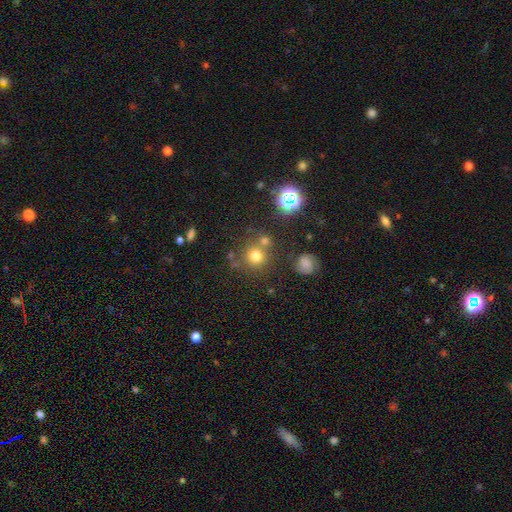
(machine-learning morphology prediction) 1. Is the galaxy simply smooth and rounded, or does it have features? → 72% smooth, 19% star or artifact, 10% featured or disk.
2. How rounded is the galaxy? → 90% round, 9% in between, 1% cigar-shaped.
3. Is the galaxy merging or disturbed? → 68% none, 17% merger, 10% minor disturbance, 5% major disturbance.